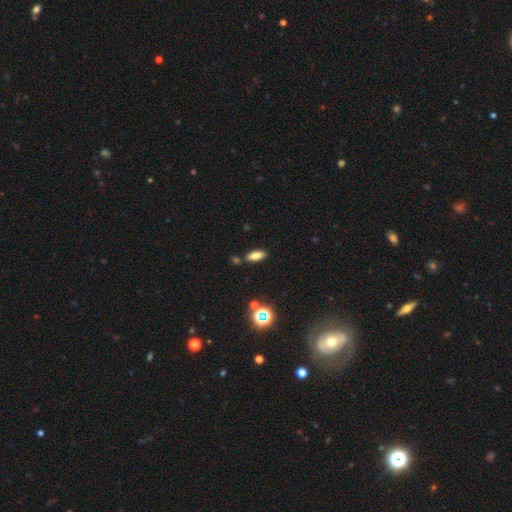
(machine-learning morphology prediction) smooth_or_featured: smooth (p=0.77) [alt: star or artifact p=0.13]
how_rounded: in between (p=0.76) [alt: cigar-shaped p=0.20]
merging: none (p=0.80) [alt: minor disturbance p=0.11]